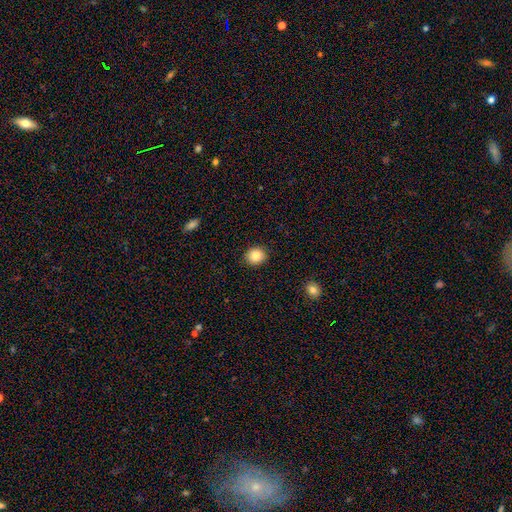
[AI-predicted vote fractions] The model was most divided on "how rounded": round: 77%, in between: 22%, cigar-shaped: 1%. More confident: merging — none (90%); smooth or featured — smooth (86%).